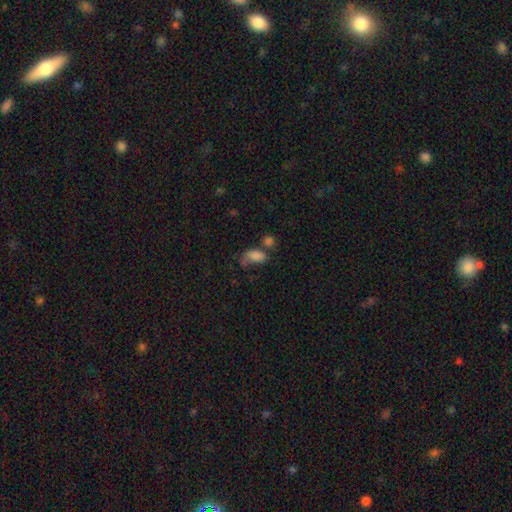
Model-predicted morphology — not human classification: This is likely a smooth galaxy (76%). How rounded: clearly in between (88%). Merging: marginally merger (29%).